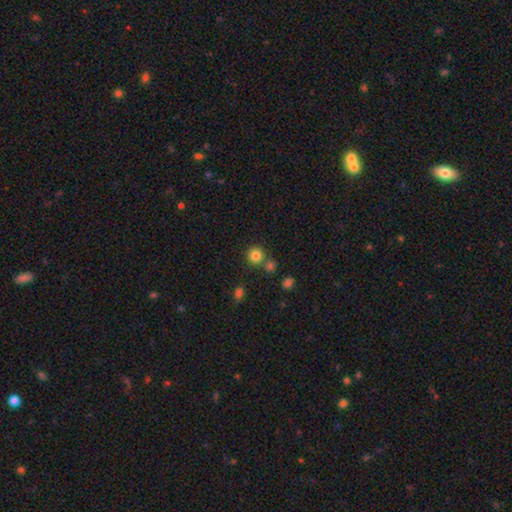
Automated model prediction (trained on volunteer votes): Smooth or featured: smooth — 83% (star or artifact — 12%)
How rounded: round — 92% (in between — 7%)
Merging: none — 72% (merger — 17%)